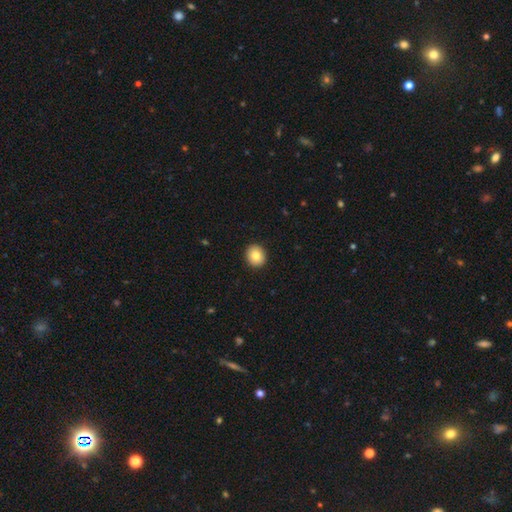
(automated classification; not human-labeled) Overall: smooth (83%). How rounded: round (82%). Merging: none (92%).